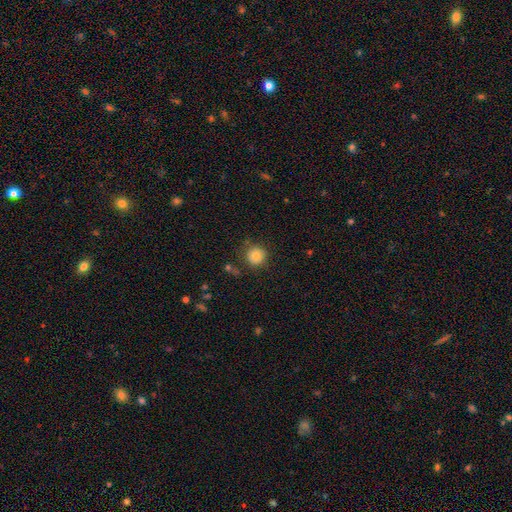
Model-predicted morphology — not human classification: A smooth galaxy with no disk features (78%) that is round (93%). Merging: none (82%).